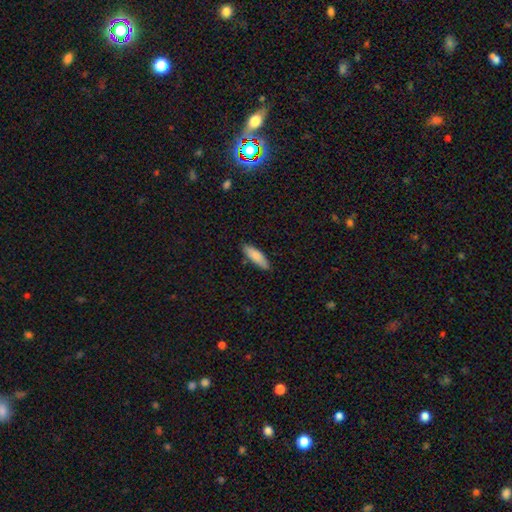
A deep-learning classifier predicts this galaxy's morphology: A smooth galaxy with no disk features (85%) that is cigar-shaped (55%). Merging: none (83%).